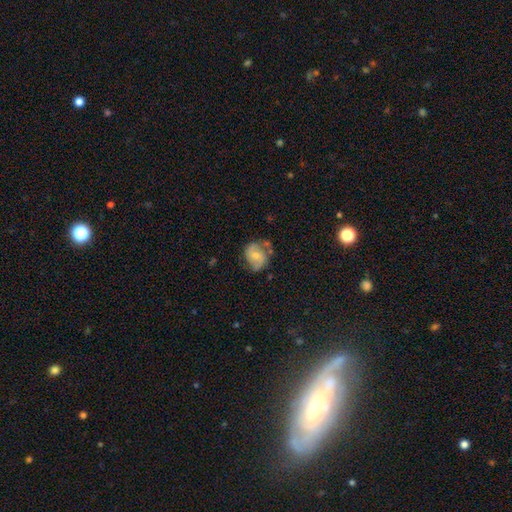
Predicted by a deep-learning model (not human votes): Smooth or featured? Predicted: featured or disk (p=0.60). Edge-on disk? Predicted: no (p=0.97). Bar? Predicted: no (p=0.61). Spiral arms? Predicted: yes (p=0.86). Bulge size? Predicted: moderate (p=0.49). Merging? Predicted: none (p=0.59).